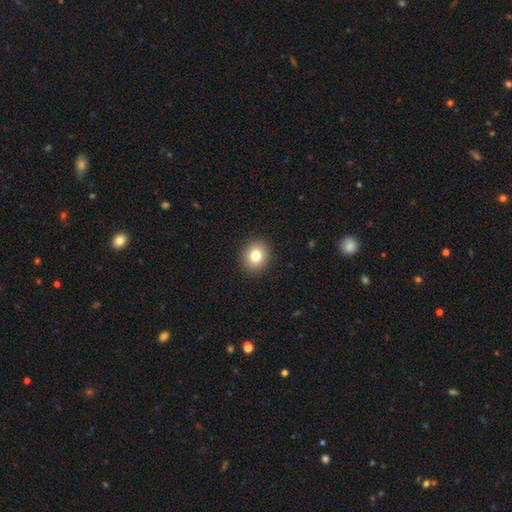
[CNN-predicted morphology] smooth-or-featured: smooth: 80% | star or artifact: 11% | featured or disk: 9%
  how-rounded: round: 75% | in between: 25% | cigar-shaped: 1%
  merging: none: 91% | minor disturbance: 6% | major disturbance: 2% | merger: 1%